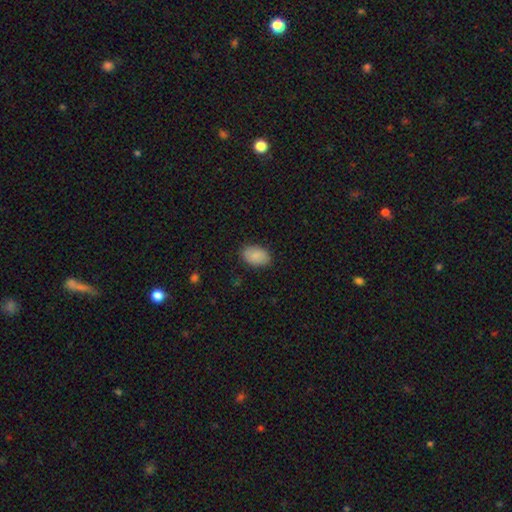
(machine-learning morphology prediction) A smooth galaxy with no disk features (88%) that is in between round and cigar-shaped (89%). Merging: none (85%).